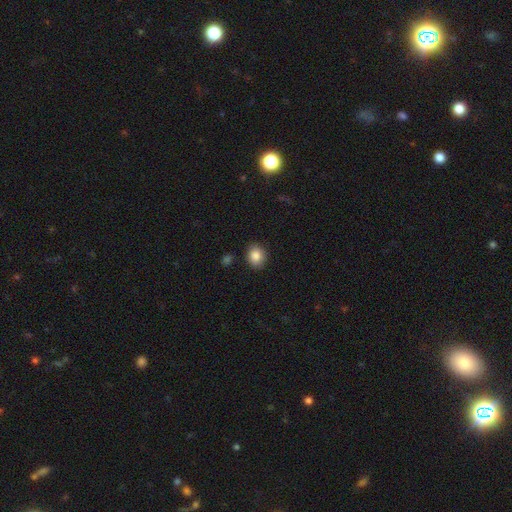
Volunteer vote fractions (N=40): smooth 88%, star or artifact 8%, featured or disk 5%. Down the decision tree: how rounded — round (83%); merging — none (92%).